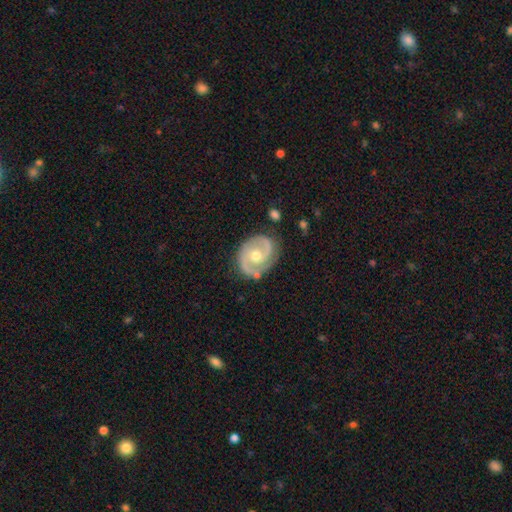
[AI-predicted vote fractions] Overall: featured or disk (87%). Edge-on disk: no (98%). Bar: no (64%; weak 29%). Spiral arms: yes (95%). Spiral arm count: 2 (89%). Spiral winding: medium (50%; tight 35%). Bulge size: moderate (65%; small 31%). Merging: none (79%).